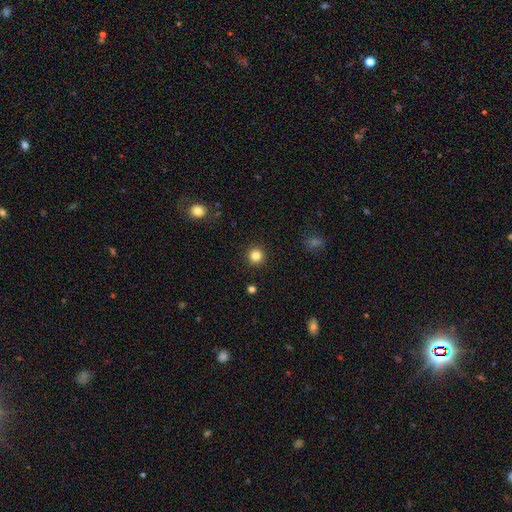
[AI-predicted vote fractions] smooth-or-featured: smooth: 84% | star or artifact: 11% | featured or disk: 5%
  how-rounded: round: 95% | in between: 4% | cigar-shaped: 1%
  merging: none: 93% | minor disturbance: 5% | major disturbance: 2% | merger: 1%